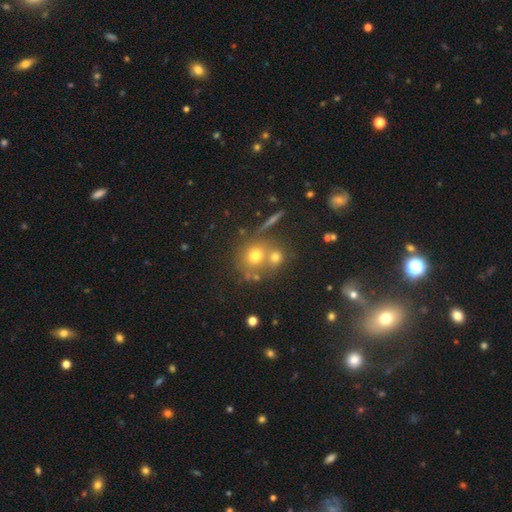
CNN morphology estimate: smooth-or-featured: smooth: 63% | star or artifact: 19% | featured or disk: 17%
  how-rounded: round: 85% | in between: 13% | cigar-shaped: 1%
  merging: none: 55% | merger: 32% | minor disturbance: 9% | major disturbance: 4%